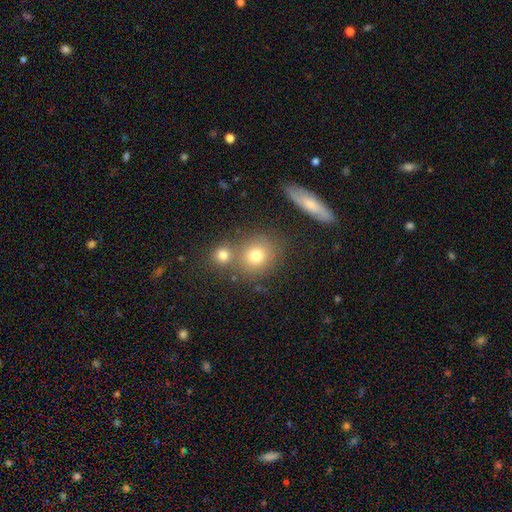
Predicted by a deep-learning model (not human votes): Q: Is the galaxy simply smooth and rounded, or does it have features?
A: smooth — 75%.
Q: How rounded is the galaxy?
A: round — 80%.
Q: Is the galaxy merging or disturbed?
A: none — 61%.